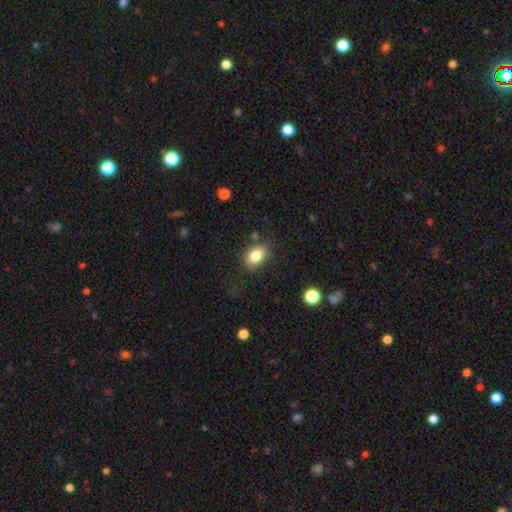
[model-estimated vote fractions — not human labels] The model was most divided on "how rounded": in between: 78%, round: 21%, cigar-shaped: 1%. More confident: smooth or featured — smooth (83%); merging — none (80%).